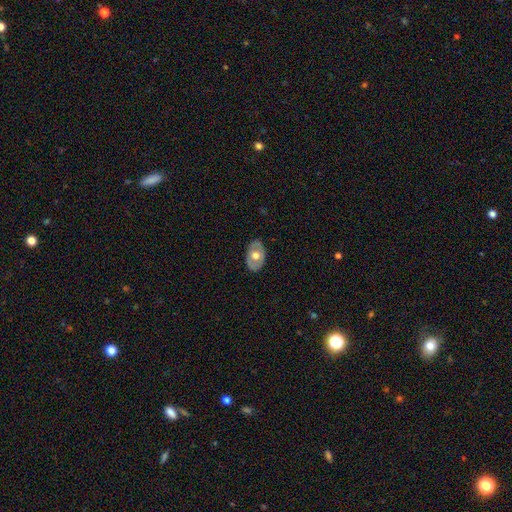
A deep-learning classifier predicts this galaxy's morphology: Q: Smooth or featured?
A: smooth (49%); runner-up: featured or disk (45%)
Q: Merging?
A: none (83%); runner-up: minor disturbance (13%)